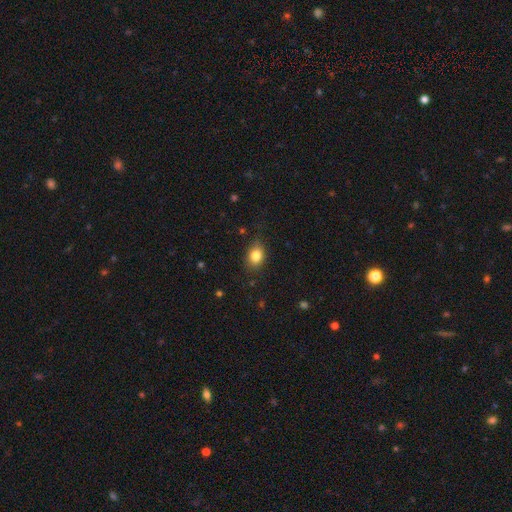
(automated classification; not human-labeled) A smooth galaxy with no disk features (82%) that is in between round and cigar-shaped (67%).

Vote fractions:
- Smooth or featured? smooth: 82% / star or artifact: 10% / featured or disk: 8%
- How rounded? in between: 67% / round: 32% / cigar-shaped: 1%
- Merging? none: 79% / minor disturbance: 16% / major disturbance: 4% / merger: 1%